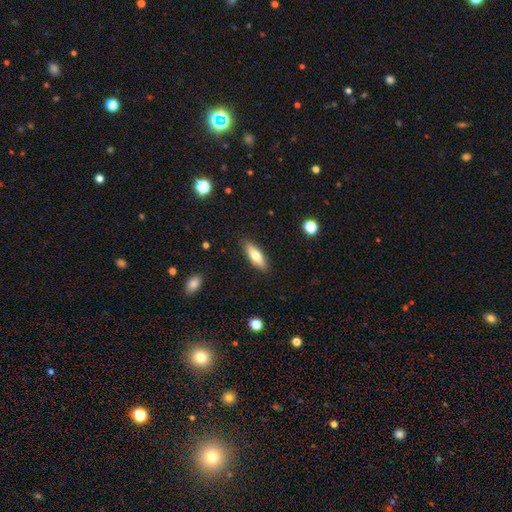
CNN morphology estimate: Smooth or featured?
  - smooth: 71% *
  - featured or disk: 23%
  - star or artifact: 6%
How rounded?
  - in between: 54% *
  - cigar-shaped: 44%
  - round: 2%
Merging?
  - none: 87% *
  - minor disturbance: 10%
  - major disturbance: 2%
  - merger: 1%